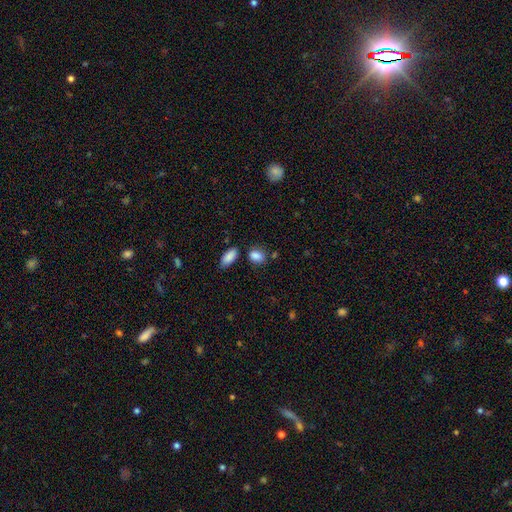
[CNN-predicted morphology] Q: Smooth or featured?
A: smooth (86%); runner-up: star or artifact (9%)
Q: How rounded?
A: in between (79%); runner-up: round (18%)
Q: Merging?
A: none (70%); runner-up: minor disturbance (16%)